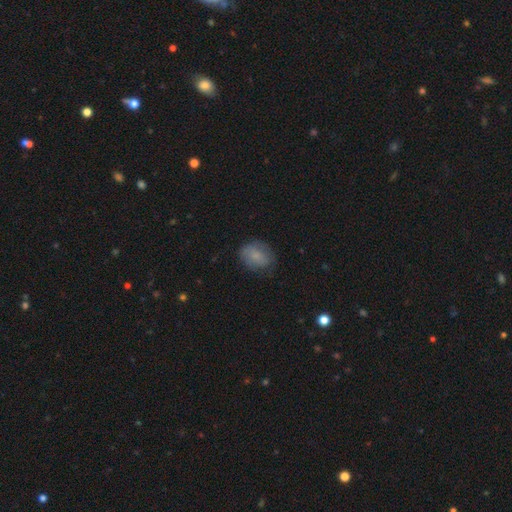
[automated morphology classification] Overall: smooth (77%). How rounded: in between (53%; round 46%). Merging: none (73%).